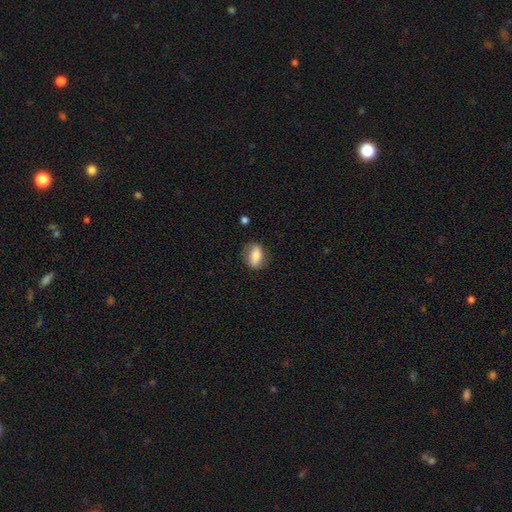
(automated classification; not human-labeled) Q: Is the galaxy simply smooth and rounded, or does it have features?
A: smooth — 78%.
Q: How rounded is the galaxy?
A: in between — 78%.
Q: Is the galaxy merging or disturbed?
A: none — 78%.